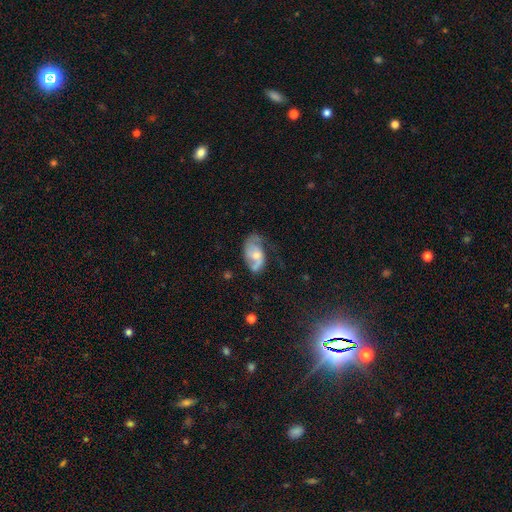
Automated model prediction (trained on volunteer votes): Morphology: type=featured or disk (62%); edge-on=no (96%); bar=no (62%); spiral arms=yes (82%); bulge=moderate (48%); merging=none (43%).